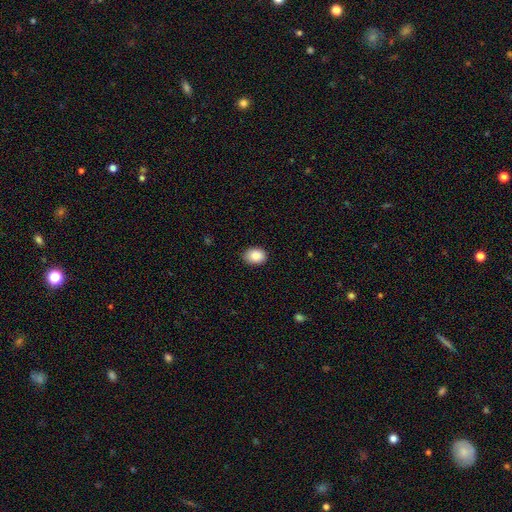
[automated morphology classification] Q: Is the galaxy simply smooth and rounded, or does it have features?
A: smooth — 88%.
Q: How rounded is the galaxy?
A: in between — 69%.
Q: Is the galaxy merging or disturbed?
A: none — 88%.